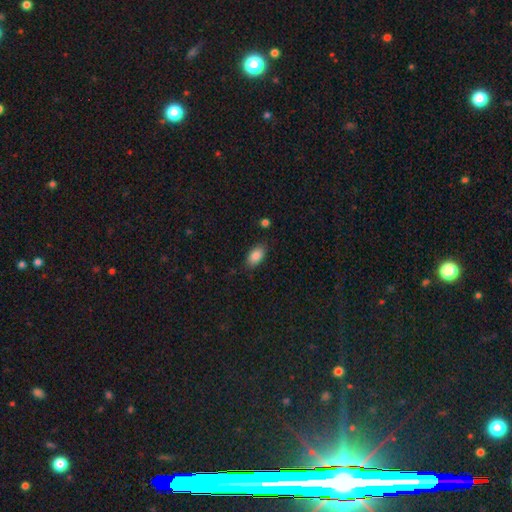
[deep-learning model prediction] The model was most divided on "merging": none: 83%, minor disturbance: 12%, major disturbance: 3%, merger: 2%. More confident: how rounded — in between (91%); smooth or featured — smooth (86%).